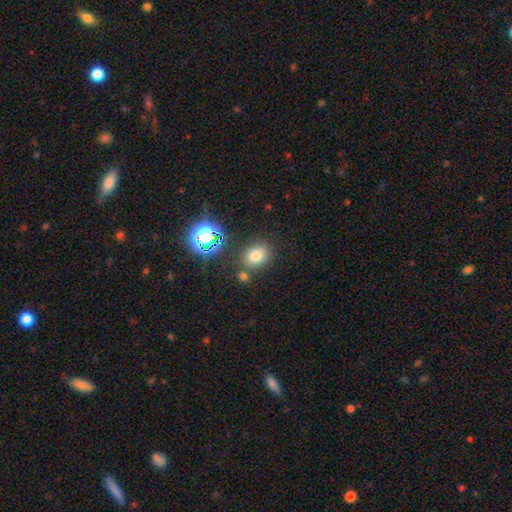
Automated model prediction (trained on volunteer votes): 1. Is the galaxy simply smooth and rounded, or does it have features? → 72% smooth, 19% star or artifact, 8% featured or disk.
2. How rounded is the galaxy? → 50% round, 49% in between, 1% cigar-shaped.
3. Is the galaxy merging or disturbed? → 77% none, 11% minor disturbance, 8% merger, 4% major disturbance.